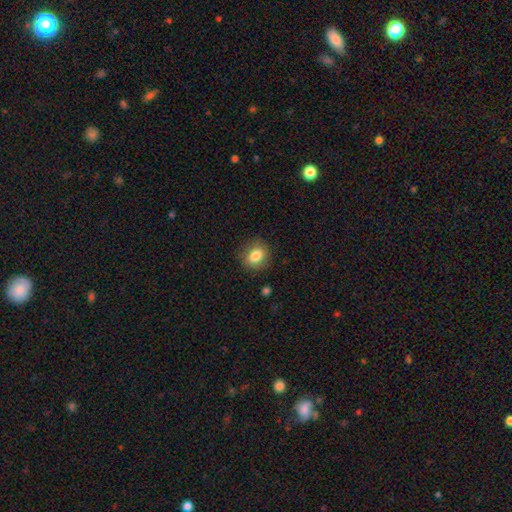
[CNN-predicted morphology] A smooth galaxy with no disk features (83%) that is round (50%).

Vote fractions:
- Smooth or featured? smooth: 83% / star or artifact: 9% / featured or disk: 8%
- How rounded? round: 50% / in between: 49% / cigar-shaped: 1%
- Merging? none: 84% / minor disturbance: 12% / major disturbance: 3% / merger: 1%